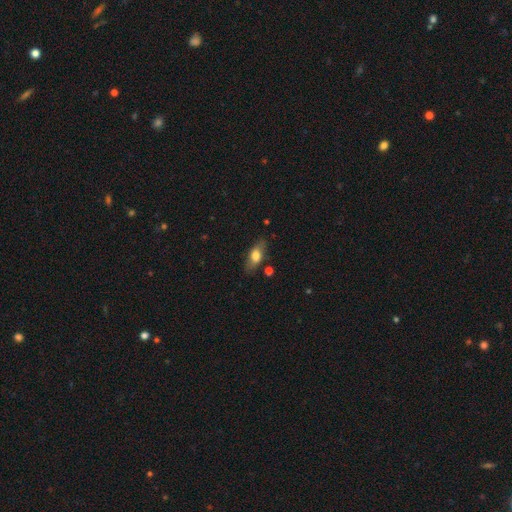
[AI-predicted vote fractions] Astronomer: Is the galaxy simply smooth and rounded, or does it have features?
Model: smooth — 68%.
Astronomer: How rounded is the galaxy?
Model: in between — 77%.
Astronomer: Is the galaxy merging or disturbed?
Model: none — 77%.